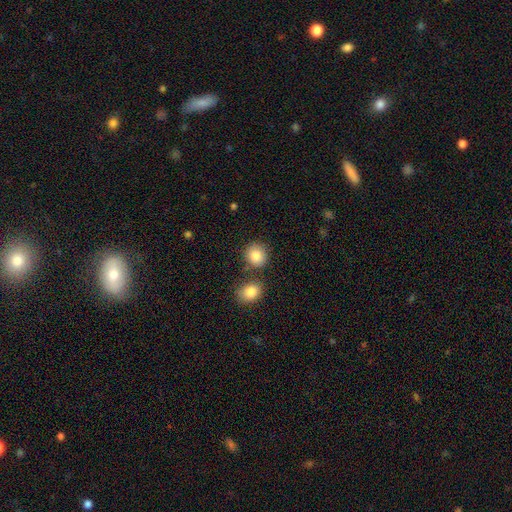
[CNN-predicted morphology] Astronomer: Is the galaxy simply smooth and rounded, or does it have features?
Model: smooth — 85%.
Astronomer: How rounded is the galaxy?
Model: round — 81%.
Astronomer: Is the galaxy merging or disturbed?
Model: none — 75%.